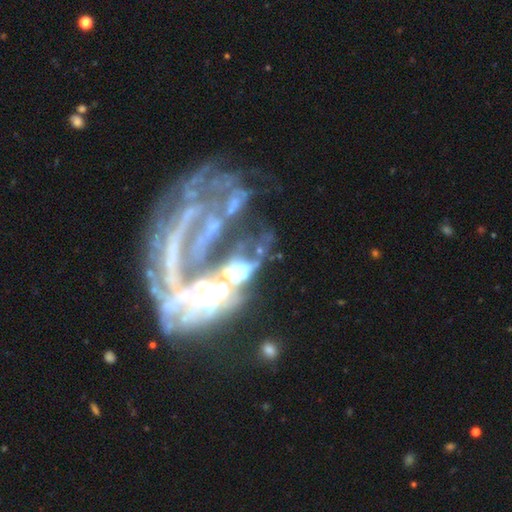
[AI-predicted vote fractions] Morphology: type=featured or disk (66%); edge-on=no (95%); bar=no (65%); spiral arms=no (61%); bulge=none (54%); merging=major disturbance (41%).